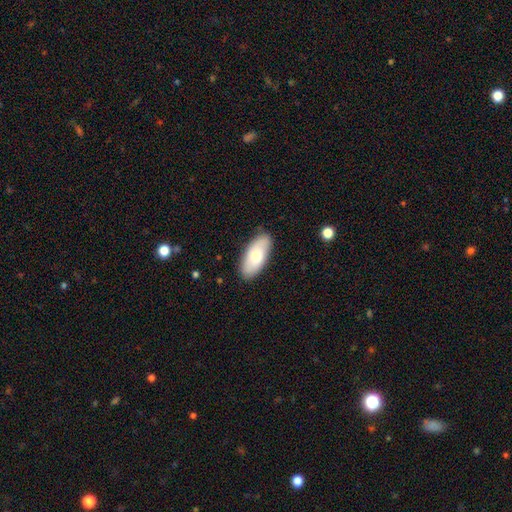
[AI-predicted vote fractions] Smooth or featured? smooth (69%)
How rounded? in between (89%)
Merging? none (85%)